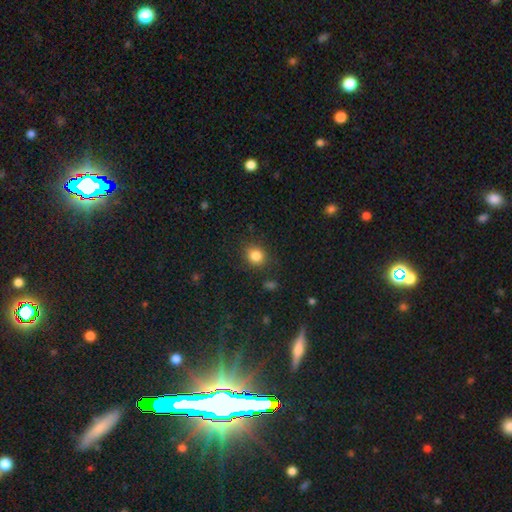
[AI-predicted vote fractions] smooth 84%, star or artifact 11%, featured or disk 5%. Down the decision tree: how rounded — round (77%); merging — none (83%).